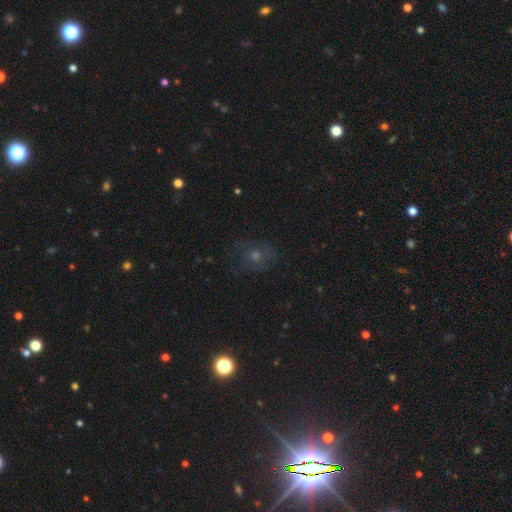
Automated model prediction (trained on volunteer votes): A smooth galaxy with no disk features (38%).

Vote fractions:
- Smooth or featured? smooth: 38% / star or artifact: 34% / featured or disk: 28%
- Merging? none: 73% / minor disturbance: 16% / major disturbance: 10% / merger: 2%